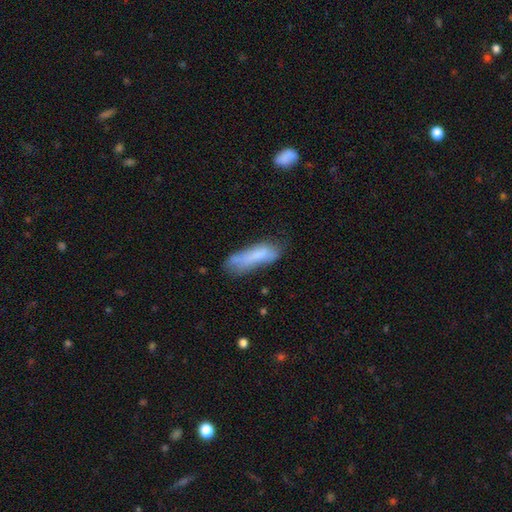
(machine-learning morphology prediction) smooth_or_featured: smooth (p=0.70) [alt: featured or disk p=0.22]
how_rounded: cigar-shaped (p=0.57) [alt: in between p=0.41]
merging: none (p=0.43) [alt: minor disturbance p=0.31]